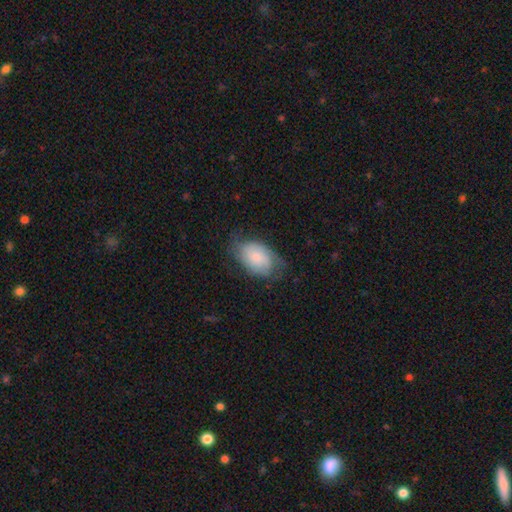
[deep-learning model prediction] smooth-or-featured: smooth: 60% | featured or disk: 34% | star or artifact: 7%
  how-rounded: in between: 88% | round: 11% | cigar-shaped: 1%
  merging: none: 59% | minor disturbance: 29% | major disturbance: 11% | merger: 1%